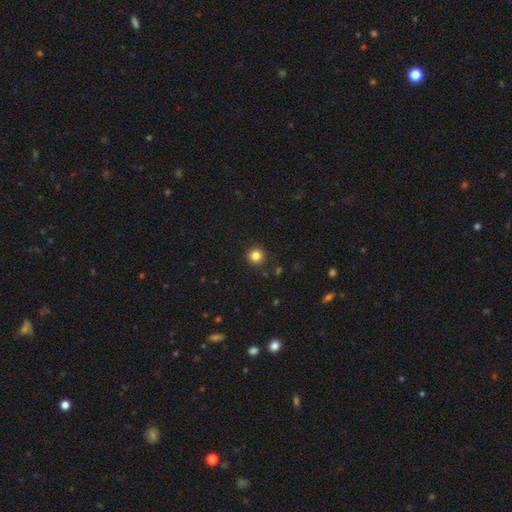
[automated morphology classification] Overall: smooth (84%). How rounded: round (95%). Merging: none (91%).